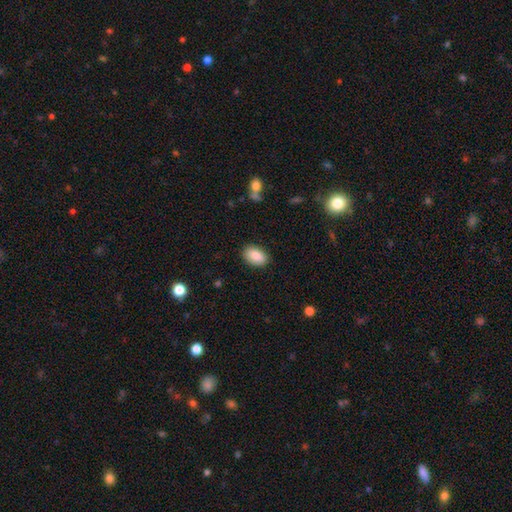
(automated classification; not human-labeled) This appears to be a smooth galaxy with no disk features (87%) that is in between round and cigar-shaped (90%). Merging: none (87%).